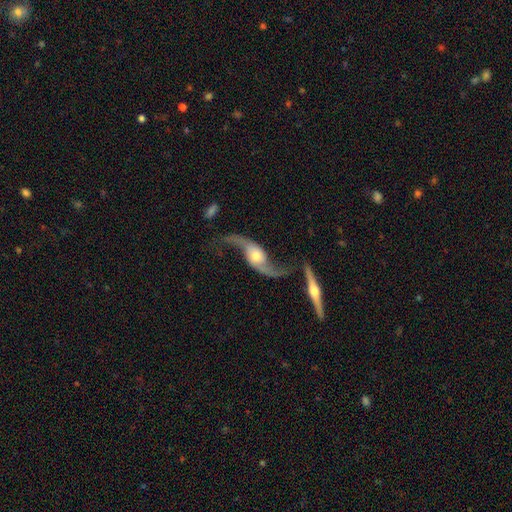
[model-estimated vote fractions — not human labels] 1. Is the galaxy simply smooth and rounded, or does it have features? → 89% featured or disk, 6% smooth, 5% star or artifact.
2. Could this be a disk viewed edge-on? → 90% no, 10% yes.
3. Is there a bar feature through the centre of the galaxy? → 63% no, 28% weak, 10% strong.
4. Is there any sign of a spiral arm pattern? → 96% yes, 4% no.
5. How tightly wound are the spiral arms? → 92% loose, 6% medium, 2% tight.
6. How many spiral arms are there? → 94% 2, 2% 1, 1% can't tell, 1% 3, 1% 4, 1% more than 4.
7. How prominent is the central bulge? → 59% moderate, 27% small, 10% large, 2% none, 2% dominant.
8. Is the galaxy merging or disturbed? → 61% none, 16% minor disturbance, 12% major disturbance, 11% merger.